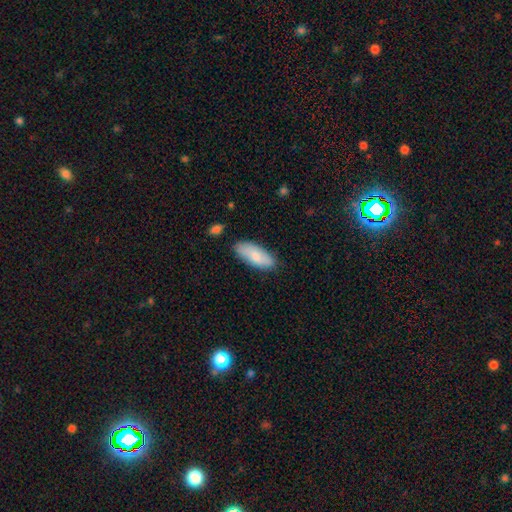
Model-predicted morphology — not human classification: A smooth galaxy with no disk features (80%) that is in between round and cigar-shaped (81%). Merging: none (80%).